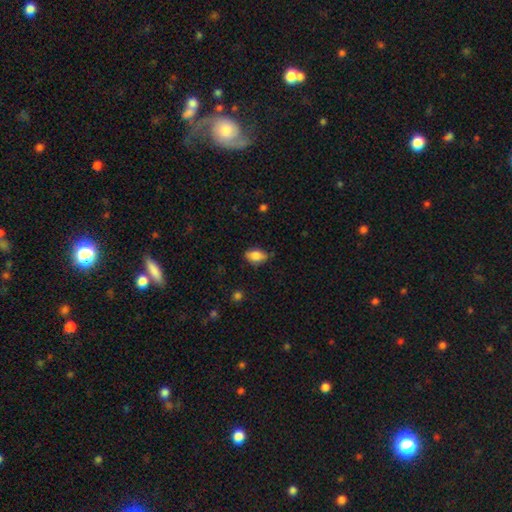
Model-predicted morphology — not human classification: The model was most divided on "merging": none: 67%, minor disturbance: 27%, major disturbance: 5%, merger: 2%. More confident: how rounded — in between (87%); smooth or featured — smooth (82%).